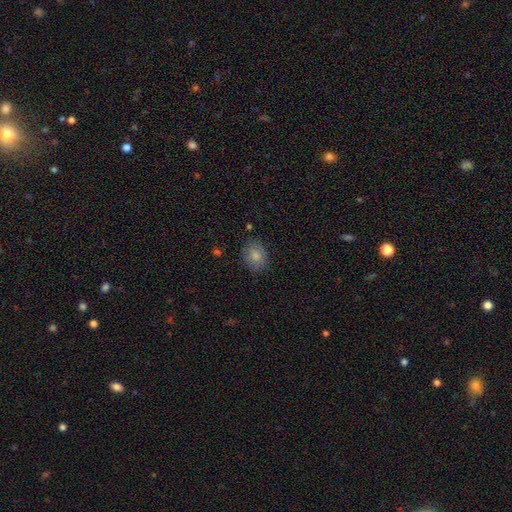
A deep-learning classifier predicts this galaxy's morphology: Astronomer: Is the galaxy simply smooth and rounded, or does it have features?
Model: smooth — 84%.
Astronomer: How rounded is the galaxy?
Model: in between — 55% (runner-up: round, 44%).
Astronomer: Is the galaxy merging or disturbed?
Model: none — 83%.